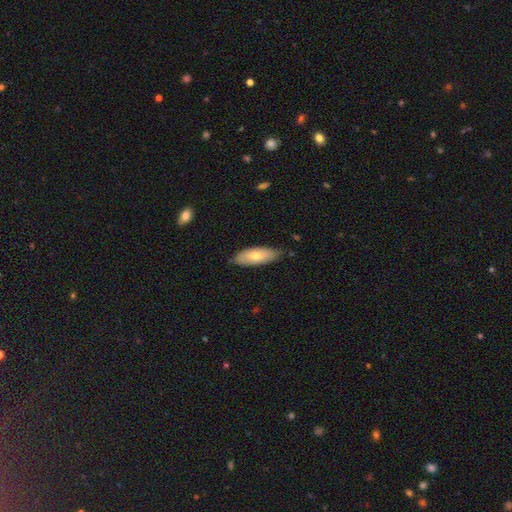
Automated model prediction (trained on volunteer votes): Overall: smooth (67%). How rounded: in between (75%). Merging: none (77%).